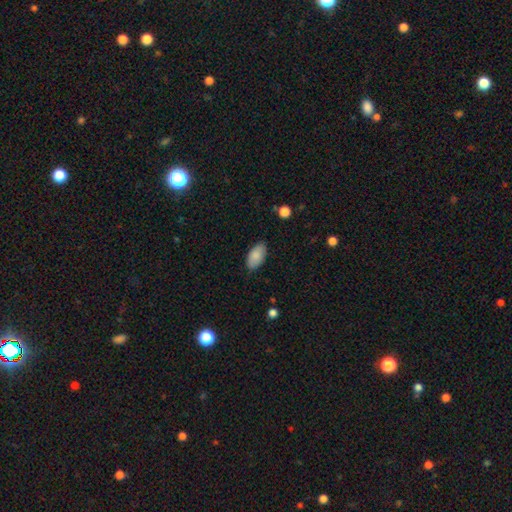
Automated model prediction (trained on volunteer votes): smooth 86%, featured or disk 8%, star or artifact 7%. Down the decision tree: how rounded — in between (95%); merging — none (81%).